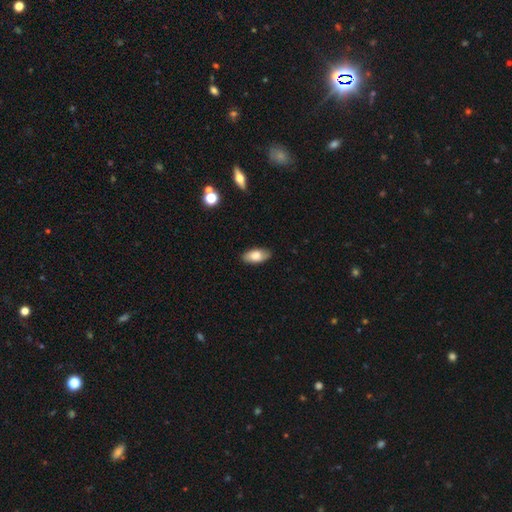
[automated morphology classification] Smooth or featured? Predicted: smooth (p=0.80). How rounded? Predicted: in between (p=0.92). Merging? Predicted: none (p=0.85).